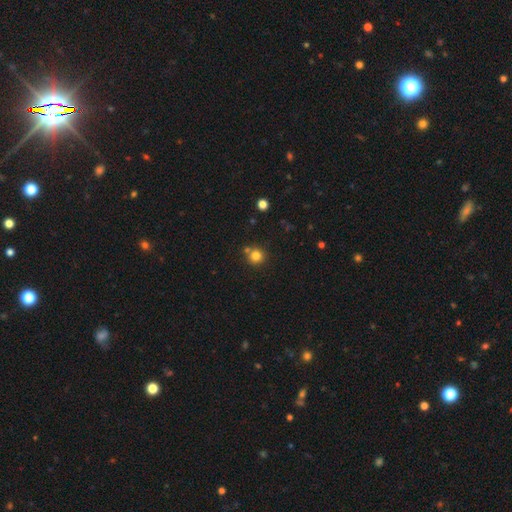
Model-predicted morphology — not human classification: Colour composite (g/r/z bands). It shows a smooth galaxy with no disk features (80%) that is round (93%). Merging: none (75%).